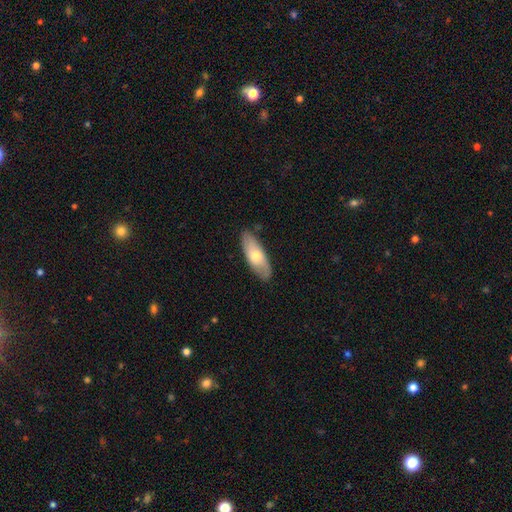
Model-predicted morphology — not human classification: Smooth or featured? Predicted: smooth (p=0.62). How rounded? Predicted: in between (p=0.73). Merging? Predicted: none (p=0.83).